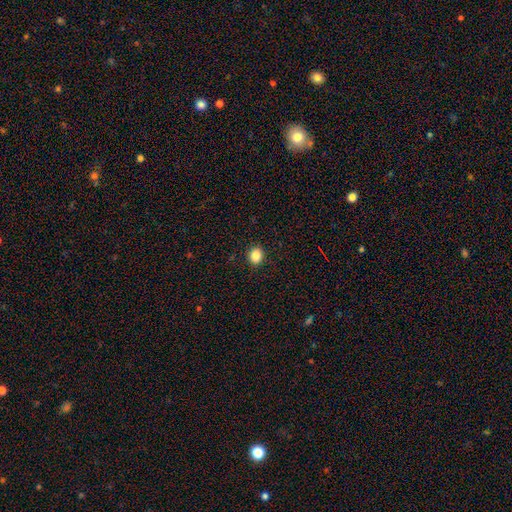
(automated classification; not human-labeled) Smooth or featured? Predicted: smooth (p=0.86). How rounded? Predicted: round (p=0.63). Merging? Predicted: none (p=0.91).